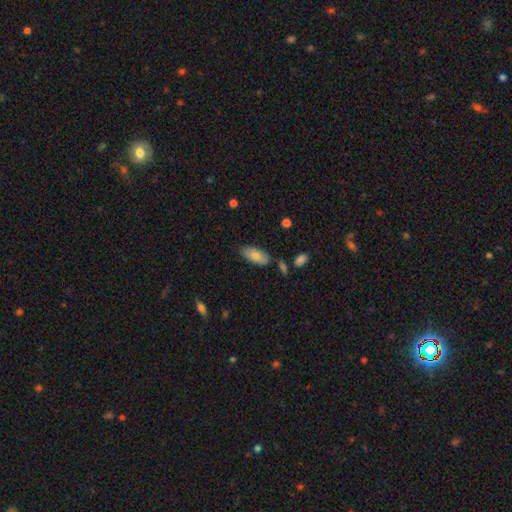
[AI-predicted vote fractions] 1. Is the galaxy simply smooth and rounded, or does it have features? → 76% smooth, 18% featured or disk, 6% star or artifact.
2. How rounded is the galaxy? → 89% in between, 9% cigar-shaped, 2% round.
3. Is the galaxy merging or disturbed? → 75% none, 18% minor disturbance, 4% merger, 3% major disturbance.